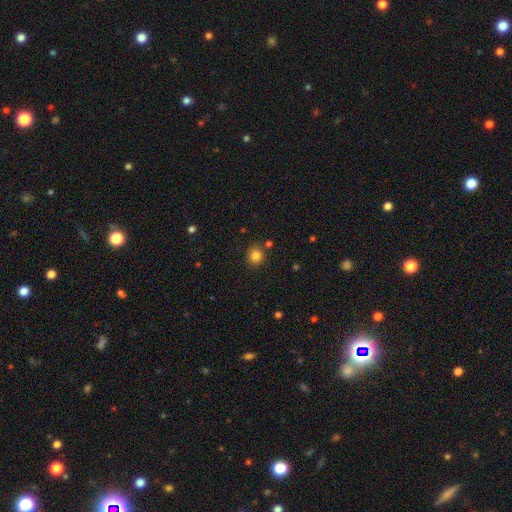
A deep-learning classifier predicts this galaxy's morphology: Smooth or featured? Predicted: smooth (p=0.82). How rounded? Predicted: round (p=0.82). Merging? Predicted: none (p=0.85).